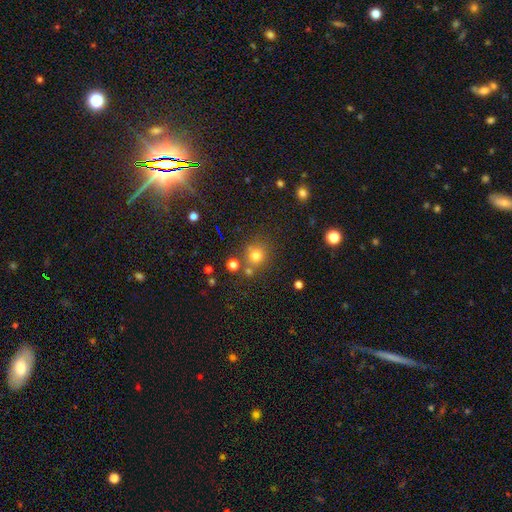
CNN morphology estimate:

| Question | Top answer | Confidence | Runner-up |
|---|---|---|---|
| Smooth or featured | smooth | 74% | star or artifact (18%) |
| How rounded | round | 88% | in between (12%) |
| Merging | none | 72% | merger (13%) |